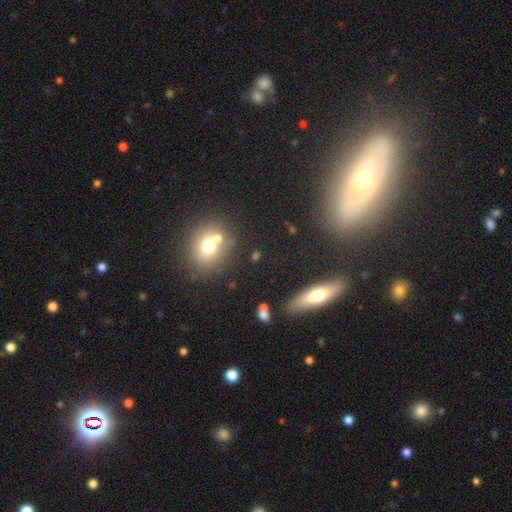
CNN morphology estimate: Overall: smooth (56%; star or artifact 23%). How rounded: round (62%; in between 31%). Merging: none (62%; merger 23%).